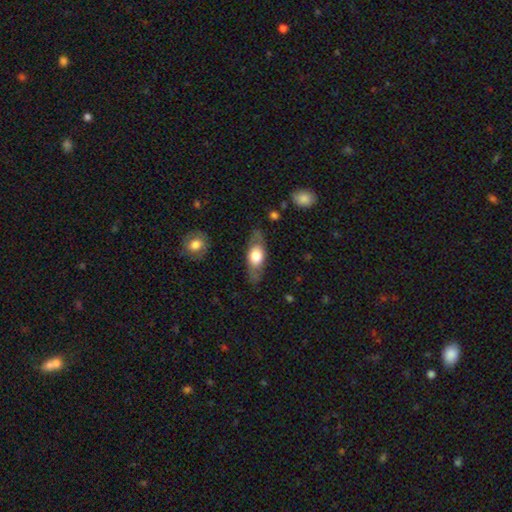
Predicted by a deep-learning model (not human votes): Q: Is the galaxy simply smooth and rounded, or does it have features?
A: smooth — 55%.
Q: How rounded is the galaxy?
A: in between — 73%.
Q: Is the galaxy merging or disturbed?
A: none — 77%.